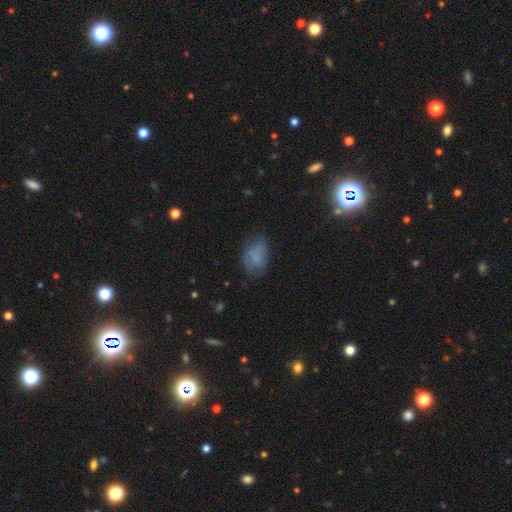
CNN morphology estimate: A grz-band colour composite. It shows a smooth galaxy with no disk features (65%) that is in between round and cigar-shaped (83%). Merging: none (52%).